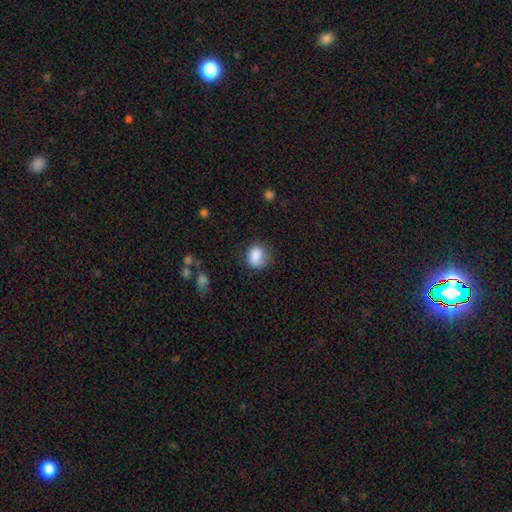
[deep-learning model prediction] smooth_or_featured: smooth (p=0.85) [alt: star or artifact p=0.08]
how_rounded: round (p=0.59) [alt: in between p=0.40]
merging: none (p=0.67) [alt: minor disturbance p=0.22]